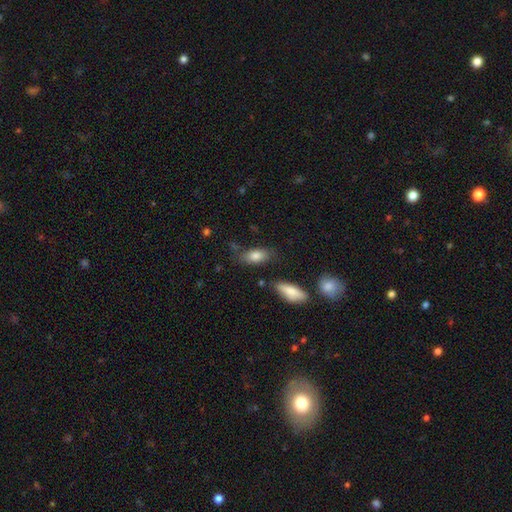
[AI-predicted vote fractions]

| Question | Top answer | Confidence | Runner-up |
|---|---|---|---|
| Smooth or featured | smooth | 81% | featured or disk (12%) |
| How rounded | in between | 86% | cigar-shaped (10%) |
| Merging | none | 72% | minor disturbance (18%) |